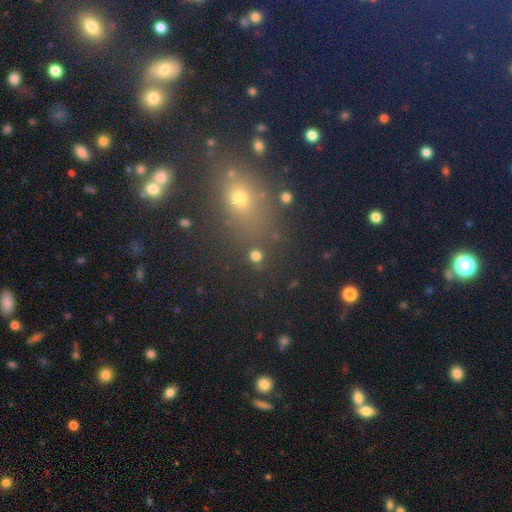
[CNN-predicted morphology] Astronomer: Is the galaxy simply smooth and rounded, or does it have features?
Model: smooth — 70%.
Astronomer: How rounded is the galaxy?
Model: round — 84%.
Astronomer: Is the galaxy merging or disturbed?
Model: none — 79%.